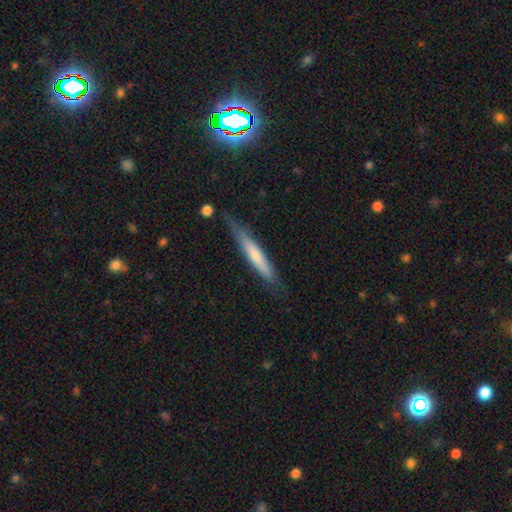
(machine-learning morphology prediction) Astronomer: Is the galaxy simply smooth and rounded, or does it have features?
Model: smooth — 58% (runner-up: featured or disk, 36%).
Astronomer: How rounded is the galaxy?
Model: cigar-shaped — 94%.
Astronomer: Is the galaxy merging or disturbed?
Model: none — 71%.